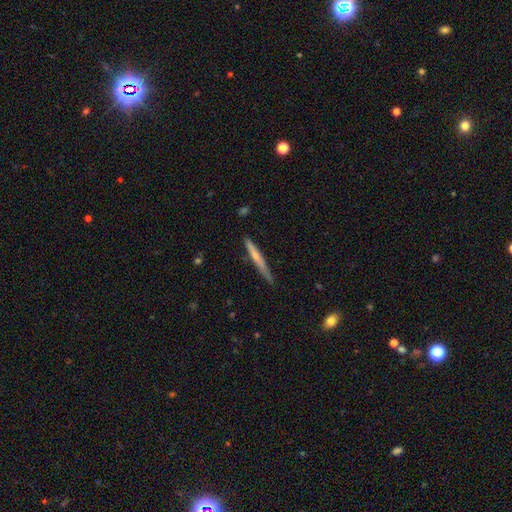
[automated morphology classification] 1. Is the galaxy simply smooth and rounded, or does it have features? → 53% smooth, 41% featured or disk, 6% star or artifact.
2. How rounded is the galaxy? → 96% cigar-shaped, 3% in between, 1% round.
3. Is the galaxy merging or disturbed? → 78% none, 18% minor disturbance, 3% major disturbance, 2% merger.